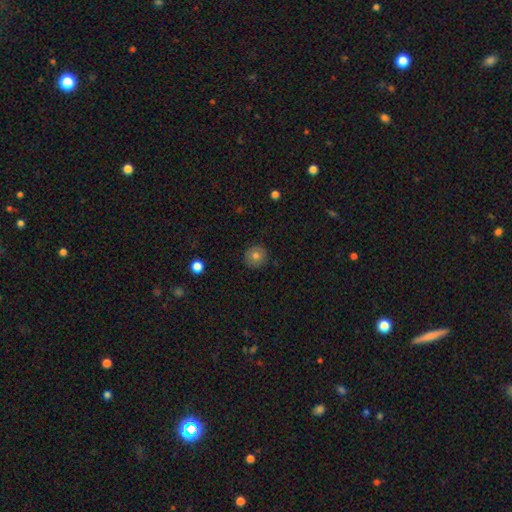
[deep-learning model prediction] Smooth or featured: smooth — 77% (featured or disk — 12%)
How rounded: round — 93% (in between — 6%)
Merging: none — 90% (minor disturbance — 7%)